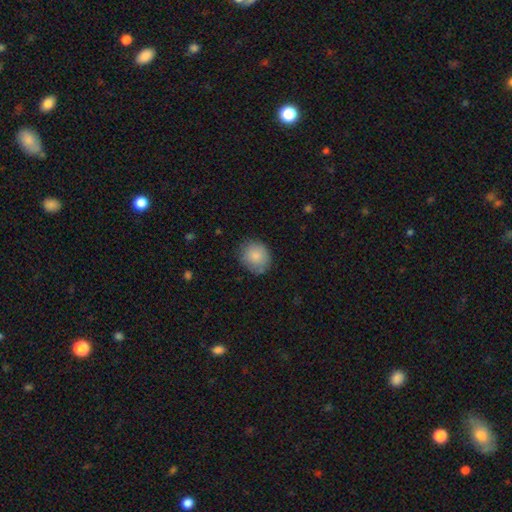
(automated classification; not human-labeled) A smooth galaxy with no disk features (85%) that is round (74%).

Vote fractions:
- Smooth or featured? smooth: 85% / featured or disk: 7% / star or artifact: 7%
- How rounded? round: 74% / in between: 25% / cigar-shaped: 1%
- Merging? none: 78% / minor disturbance: 16% / major disturbance: 4% / merger: 2%